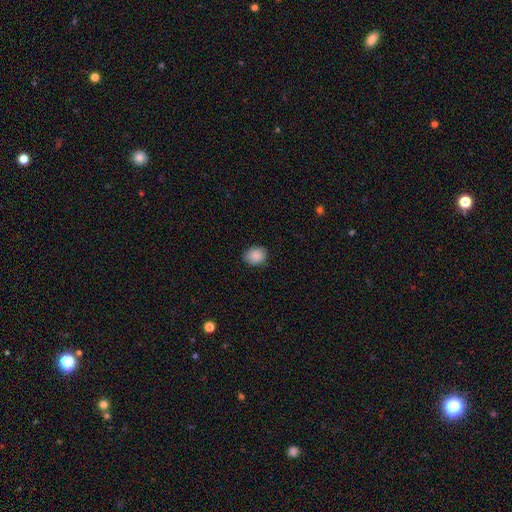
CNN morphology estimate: Smooth or featured? smooth (89%)
How rounded? round (59%)
Merging? none (84%)